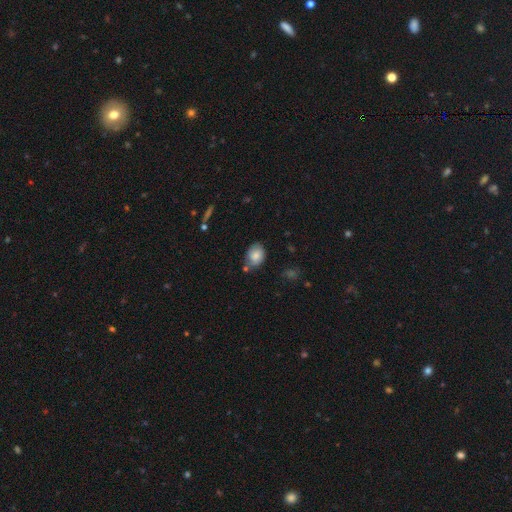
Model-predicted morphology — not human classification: Smooth or featured? Predicted: smooth (p=0.80). How rounded? Predicted: in between (p=0.67). Merging? Predicted: none (p=0.62).